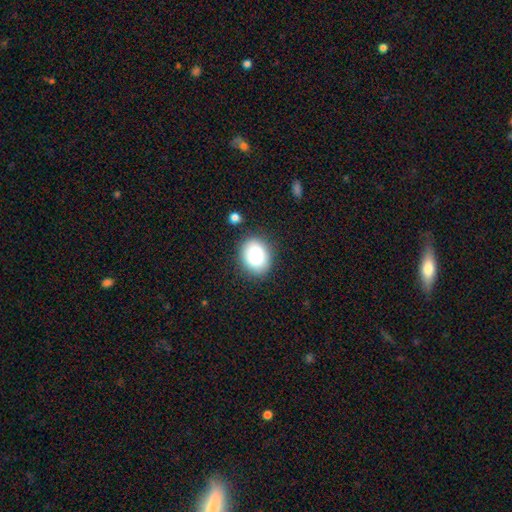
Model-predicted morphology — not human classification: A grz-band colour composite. It shows a smooth galaxy with no disk features (86%) that is in between round and cigar-shaped (64%). Merging: none (83%).